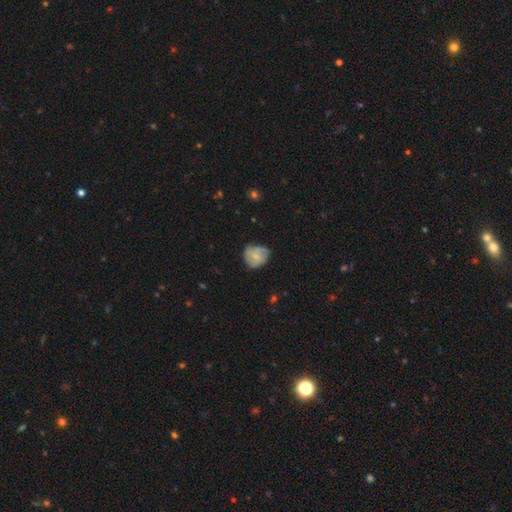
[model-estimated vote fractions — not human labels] A smooth galaxy with no disk features (51%) that is round (74%). Merging: none (57%).